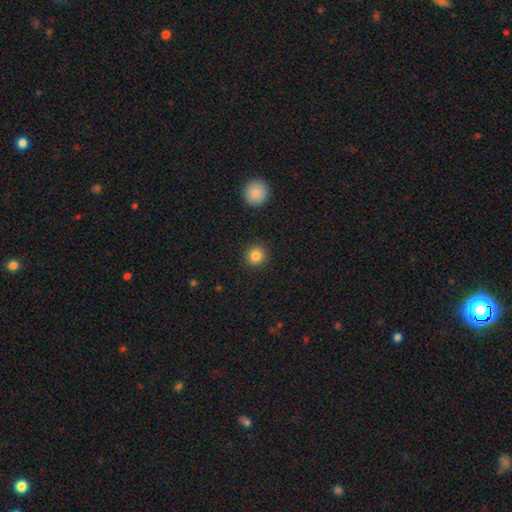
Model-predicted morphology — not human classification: smooth-or-featured: smooth: 85% | star or artifact: 10% | featured or disk: 5%
  how-rounded: round: 92% | in between: 7% | cigar-shaped: 1%
  merging: none: 91% | minor disturbance: 5% | major disturbance: 2% | merger: 1%